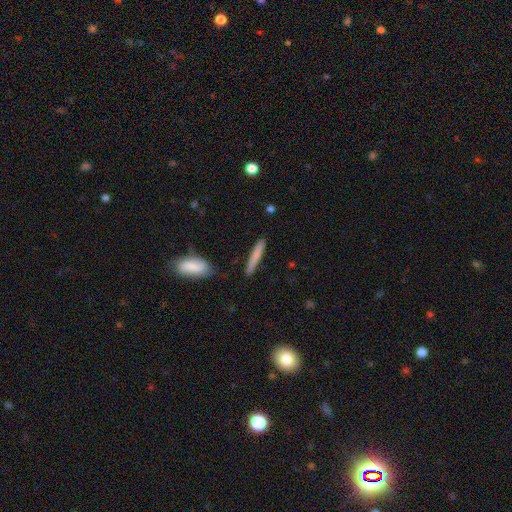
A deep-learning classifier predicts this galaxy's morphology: The model was most divided on "smooth or featured": smooth: 72%, featured or disk: 23%, star or artifact: 5%. More confident: how rounded — cigar-shaped (94%); merging — none (86%).